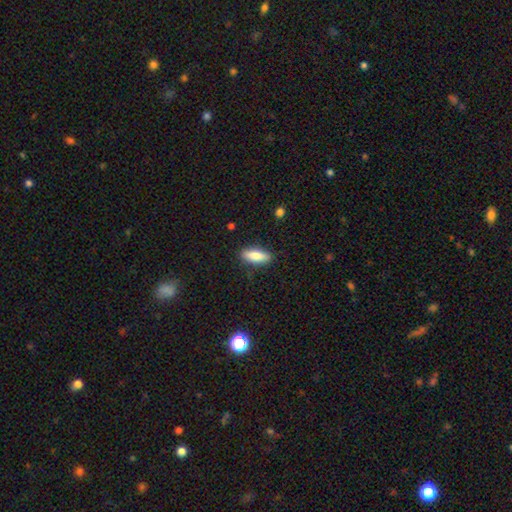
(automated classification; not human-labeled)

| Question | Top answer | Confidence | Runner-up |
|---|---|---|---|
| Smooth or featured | smooth | 81% | featured or disk (13%) |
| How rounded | in between | 66% | cigar-shaped (31%) |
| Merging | none | 86% | minor disturbance (10%) |